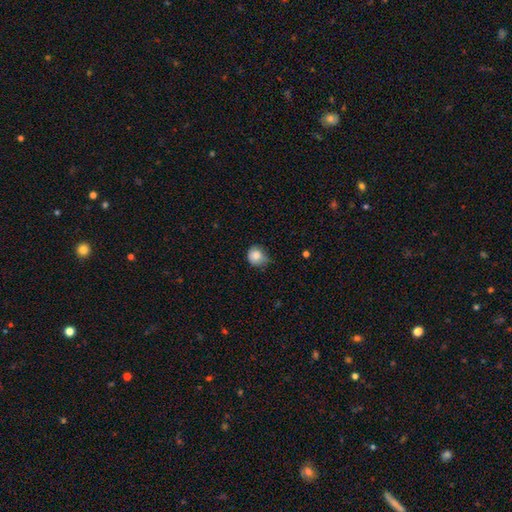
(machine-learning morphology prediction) smooth_or_featured: smooth (p=0.83) [alt: star or artifact p=0.09]
how_rounded: round (p=0.76) [alt: in between p=0.23]
merging: none (p=0.47) [alt: minor disturbance p=0.41]